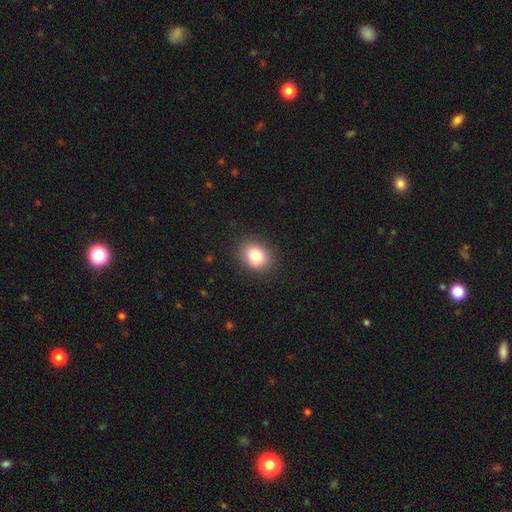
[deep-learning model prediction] Morphology: type=smooth (81%); roundness=round (58%); merging=none (89%).